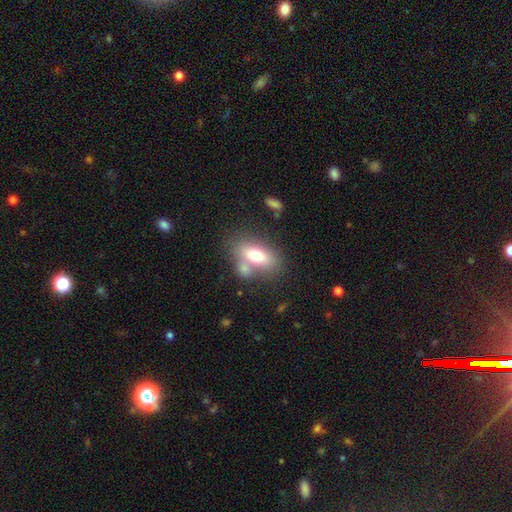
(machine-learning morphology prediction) smooth_or_featured: smooth (p=0.68) [alt: featured or disk p=0.23]
how_rounded: in between (p=0.84) [alt: cigar-shaped p=0.09]
merging: none (p=0.54) [alt: merger p=0.25]